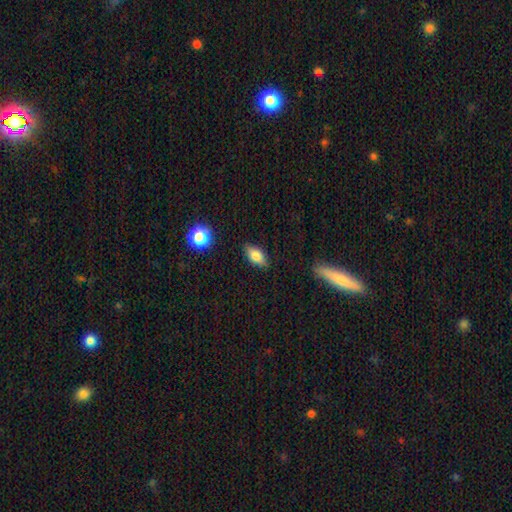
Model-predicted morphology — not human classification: Q: Smooth or featured?
A: smooth (79%); runner-up: featured or disk (11%)
Q: How rounded?
A: in between (87%); runner-up: round (8%)
Q: Merging?
A: none (82%); runner-up: minor disturbance (14%)